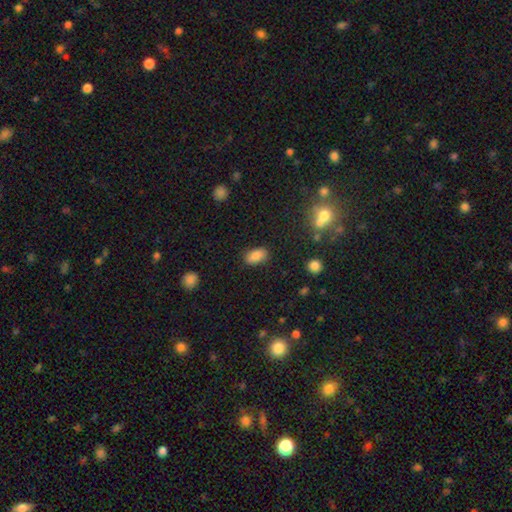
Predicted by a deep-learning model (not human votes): A smooth galaxy with no disk features (84%) that is in between round and cigar-shaped (90%). Merging: none (85%).